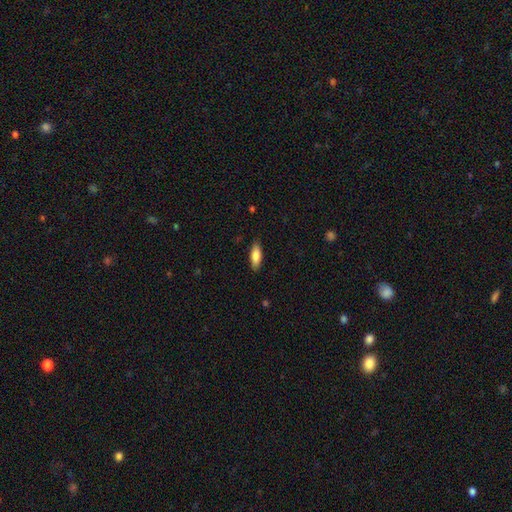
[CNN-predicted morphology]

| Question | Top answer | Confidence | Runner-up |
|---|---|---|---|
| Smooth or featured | smooth | 82% | featured or disk (12%) |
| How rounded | in between | 66% | cigar-shaped (32%) |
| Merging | none | 86% | minor disturbance (11%) |